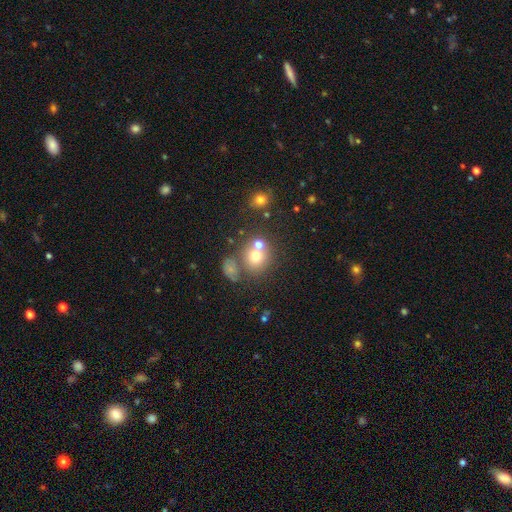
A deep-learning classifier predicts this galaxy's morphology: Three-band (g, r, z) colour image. It shows a smooth galaxy with no disk features (69%) that is round (81%). Merging: none (49%).